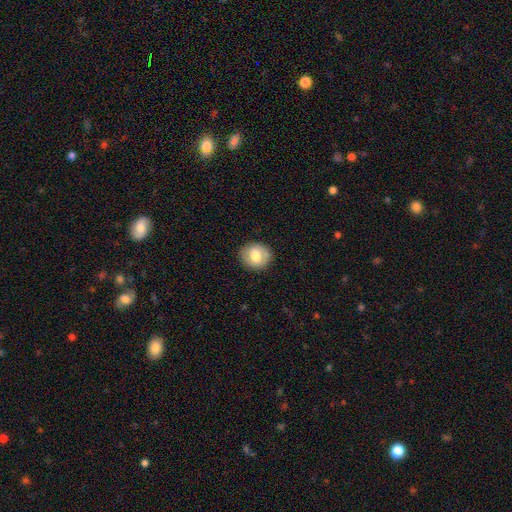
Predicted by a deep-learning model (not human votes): Smooth or featured? Predicted: smooth (p=0.71). How rounded? Predicted: round (p=0.71). Merging? Predicted: none (p=0.86).